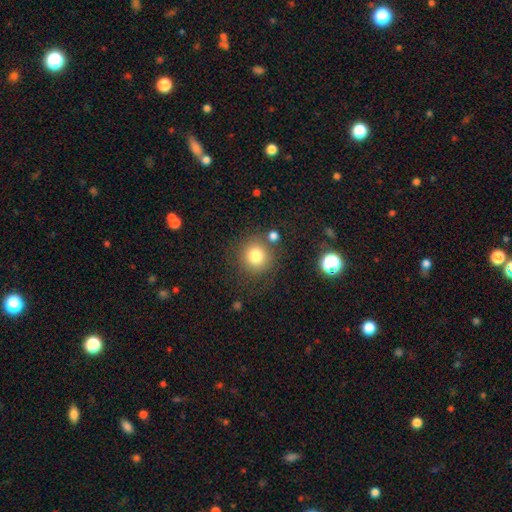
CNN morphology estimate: type=smooth (79%); roundness=round (92%); merging=none (77%).